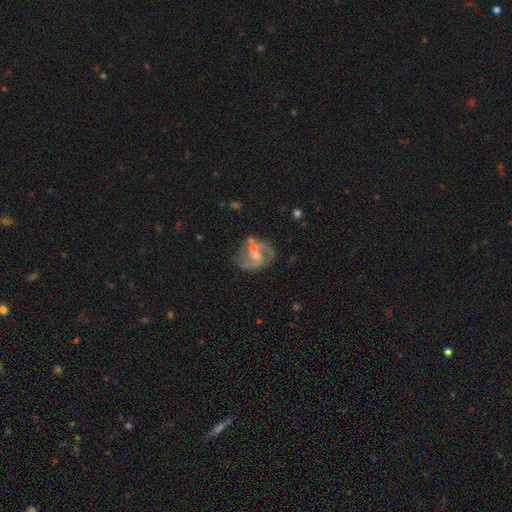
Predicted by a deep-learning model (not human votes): The model was most divided on "bar": weak: 48%, no: 33%, strong: 19%. More confident: edge-on disk — no (98%); spiral arms — yes (94%); smooth or featured — featured or disk (84%); spiral arm count — 2 (83%); merging — none (61%); spiral winding — medium (55%); bulge size — small (54%).